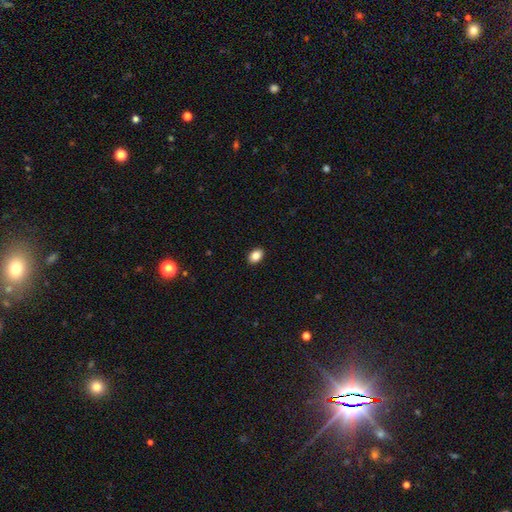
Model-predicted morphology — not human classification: smooth 86%, star or artifact 9%, featured or disk 5%. Down the decision tree: how rounded — in between (82%); merging — none (91%).